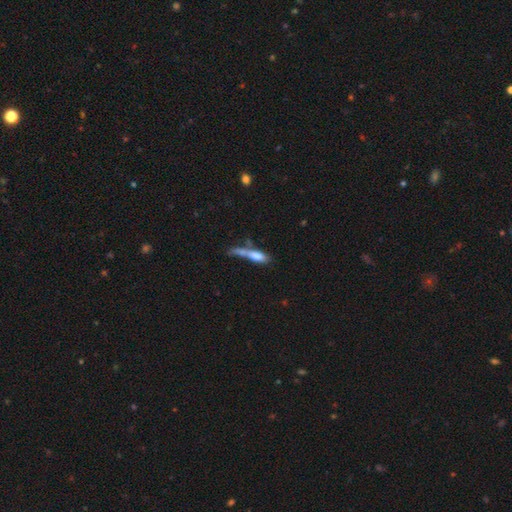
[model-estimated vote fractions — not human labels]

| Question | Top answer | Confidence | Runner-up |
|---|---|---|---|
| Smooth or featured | smooth | 68% | featured or disk (23%) |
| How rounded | cigar-shaped | 65% | in between (32%) |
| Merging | merger | 32% | none (31%) |